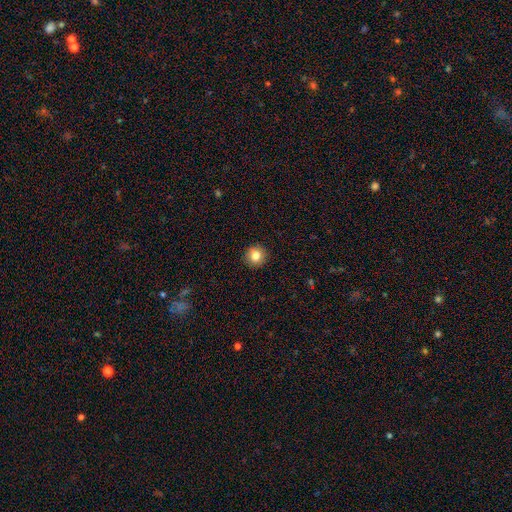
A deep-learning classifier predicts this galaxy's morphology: This is clearly a smooth galaxy (82%). How rounded: clearly round (94%). Merging: clearly none (93%).